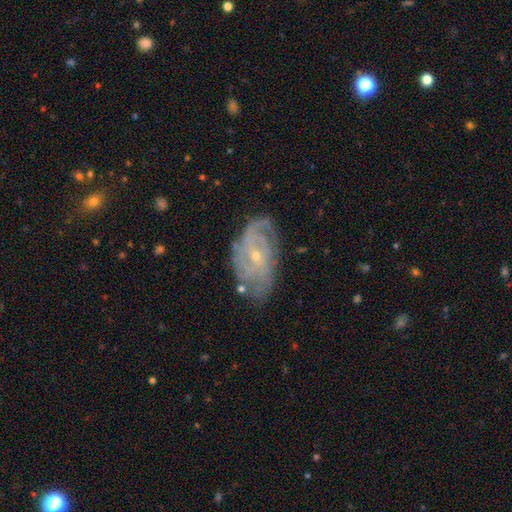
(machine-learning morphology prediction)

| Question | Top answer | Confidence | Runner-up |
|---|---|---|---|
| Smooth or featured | featured or disk | 83% | smooth (10%) |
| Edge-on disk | no | 95% | yes (5%) |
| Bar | no | 66% | weak (28%) |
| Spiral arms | yes | 94% | no (6%) |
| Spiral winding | tight | 61% | medium (31%) |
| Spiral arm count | can't tell | 33% | 3 (22%) |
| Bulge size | small | 74% | moderate (23%) |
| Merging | none | 68% | minor disturbance (22%) |